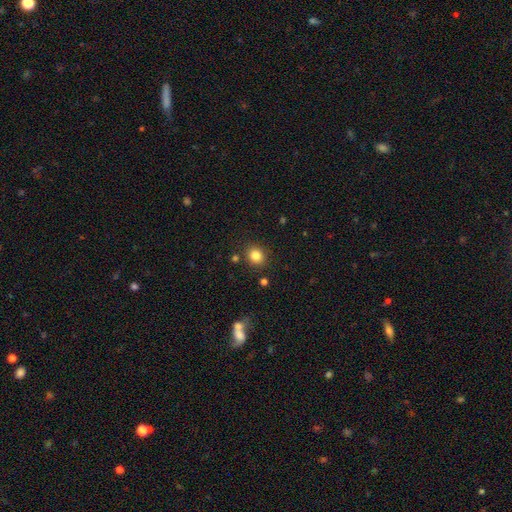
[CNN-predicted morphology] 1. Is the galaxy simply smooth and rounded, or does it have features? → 82% smooth, 12% star or artifact, 6% featured or disk.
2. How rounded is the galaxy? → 79% round, 20% in between, 1% cigar-shaped.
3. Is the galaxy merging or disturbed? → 86% none, 8% minor disturbance, 3% merger, 3% major disturbance.